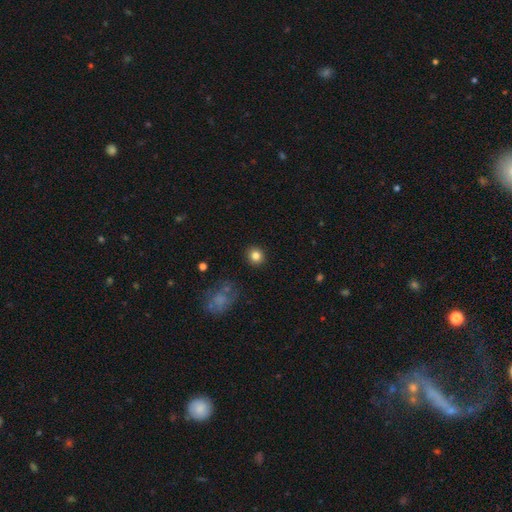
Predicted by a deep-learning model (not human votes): The model was most divided on "smooth or featured": smooth: 83%, star or artifact: 11%, featured or disk: 6%. More confident: merging — none (91%); how rounded — round (88%).